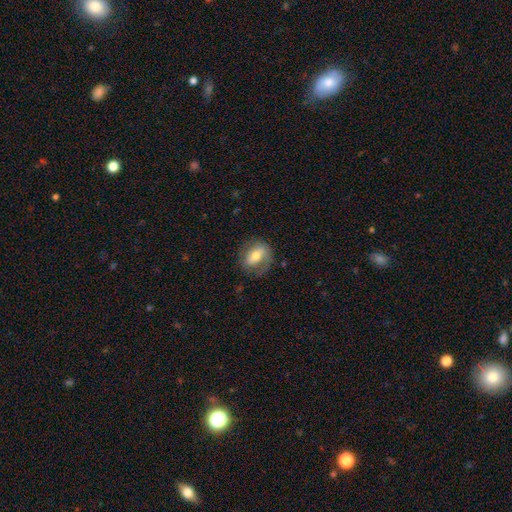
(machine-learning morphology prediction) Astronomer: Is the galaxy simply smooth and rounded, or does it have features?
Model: featured or disk — 49% (runner-up: smooth, 44%).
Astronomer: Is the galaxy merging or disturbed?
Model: none — 67%.